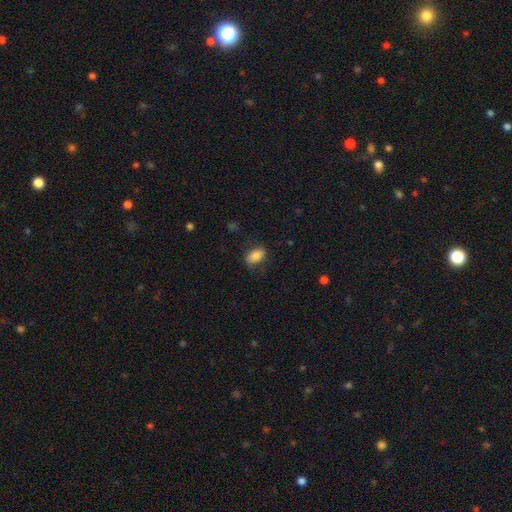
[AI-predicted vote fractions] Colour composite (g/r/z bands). It shows a smooth galaxy with no disk features (85%) that is in between round and cigar-shaped (91%). Merging: none (76%).